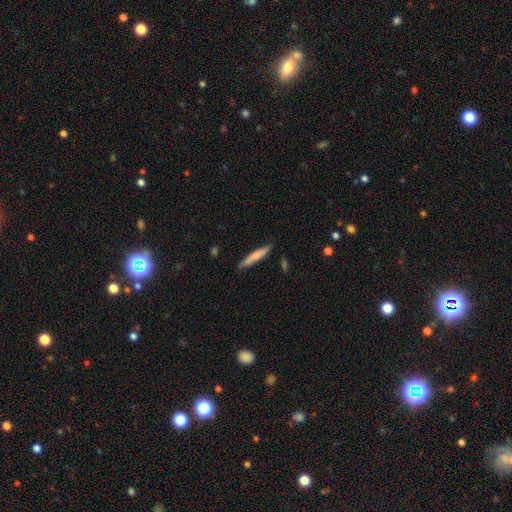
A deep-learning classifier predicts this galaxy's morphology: Smooth or featured?
  - smooth: 72% *
  - featured or disk: 23%
  - star or artifact: 6%
How rounded?
  - cigar-shaped: 91% *
  - in between: 7%
  - round: 1%
Merging?
  - none: 82% *
  - minor disturbance: 14%
  - major disturbance: 2%
  - merger: 2%